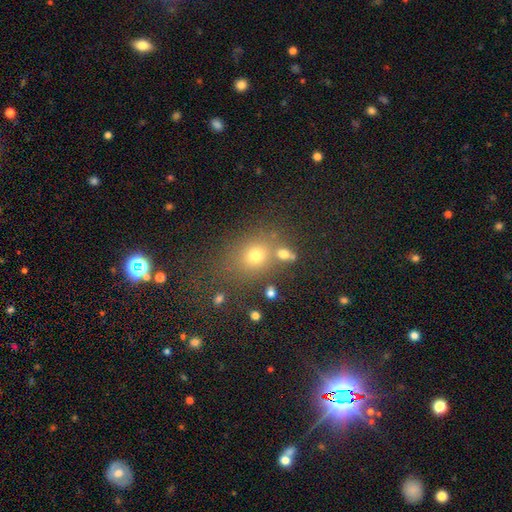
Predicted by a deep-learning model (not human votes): smooth_or_featured: smooth (p=0.69) [alt: star or artifact p=0.20]
how_rounded: round (p=0.57) [alt: in between p=0.41]
merging: none (p=0.62) [alt: merger p=0.16]